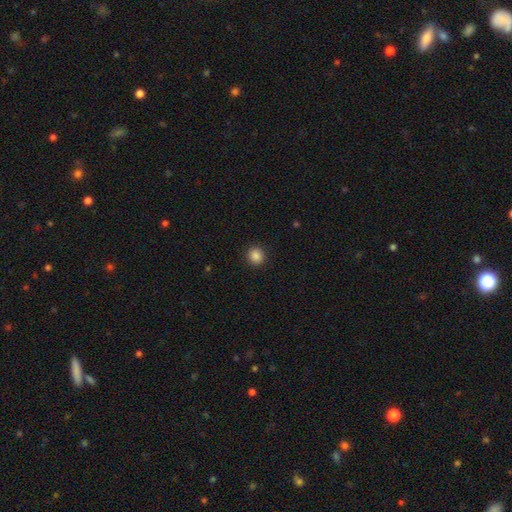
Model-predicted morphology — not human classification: Smooth or featured: smooth — 87% (star or artifact — 10%)
How rounded: round — 89% (in between — 10%)
Merging: none — 92% (minor disturbance — 5%)